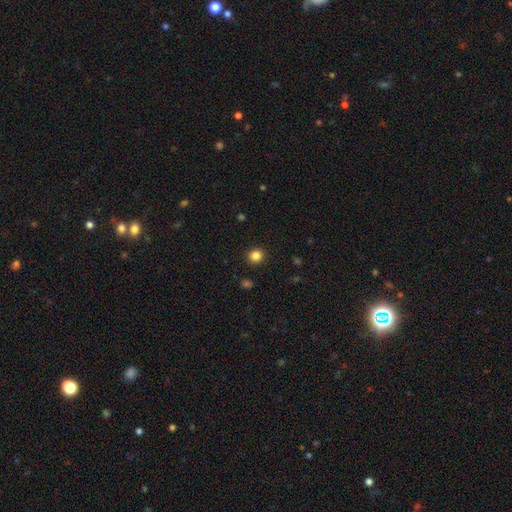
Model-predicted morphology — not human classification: smooth_or_featured: smooth (p=0.85) [alt: star or artifact p=0.12]
how_rounded: round (p=0.90) [alt: in between p=0.09]
merging: none (p=0.92) [alt: minor disturbance p=0.05]